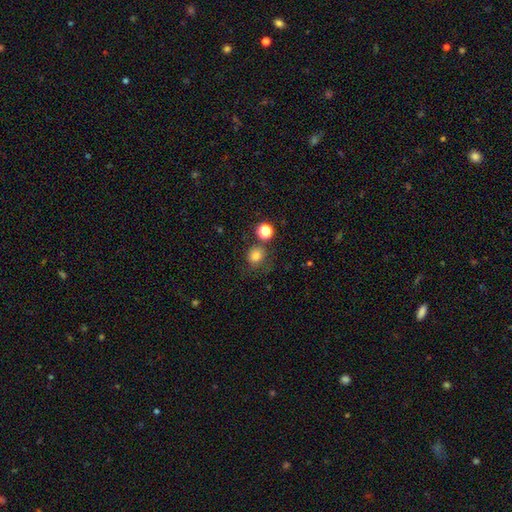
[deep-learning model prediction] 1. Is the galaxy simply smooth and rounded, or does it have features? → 80% smooth, 14% star or artifact, 6% featured or disk.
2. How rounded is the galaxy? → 81% round, 18% in between, 1% cigar-shaped.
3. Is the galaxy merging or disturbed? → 69% none, 14% minor disturbance, 10% merger, 6% major disturbance.